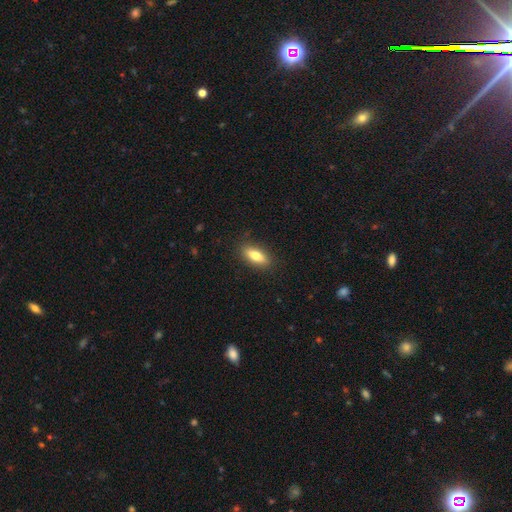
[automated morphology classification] Smooth or featured: smooth — 76% (featured or disk — 16%)
How rounded: in between — 72% (cigar-shaped — 25%)
Merging: none — 87% (minor disturbance — 9%)